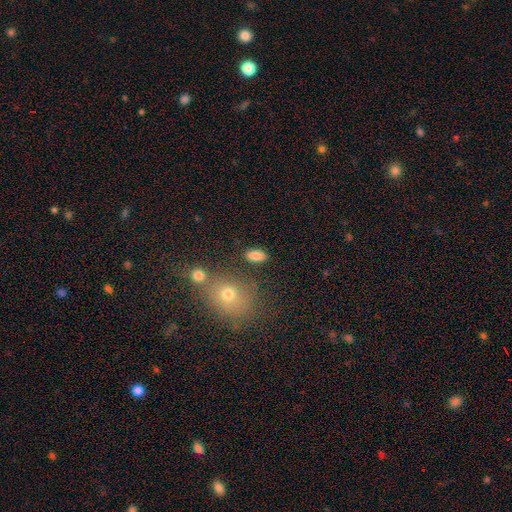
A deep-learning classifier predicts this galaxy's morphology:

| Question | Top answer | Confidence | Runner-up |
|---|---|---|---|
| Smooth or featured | smooth | 84% | star or artifact (10%) |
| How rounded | in between | 88% | round (7%) |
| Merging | none | 83% | minor disturbance (9%) |